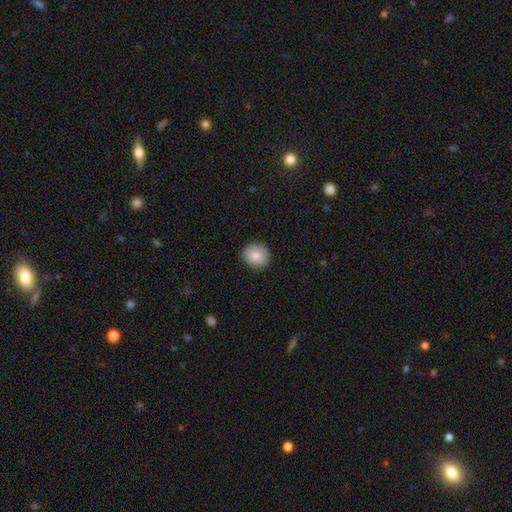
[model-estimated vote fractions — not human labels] This is clearly a smooth galaxy (83%). How rounded: clearly round (83%). Merging: clearly none (89%).